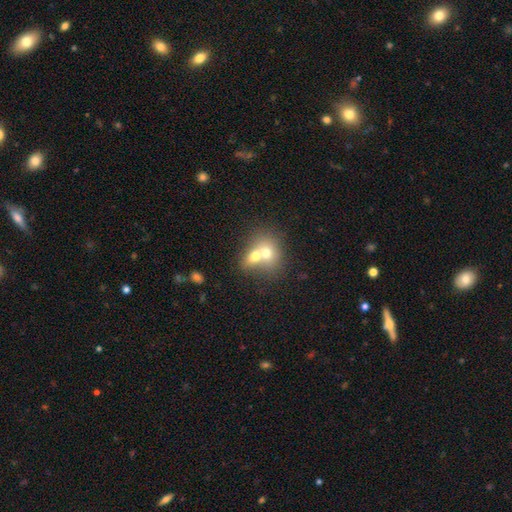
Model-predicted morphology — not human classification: Q: Smooth or featured?
A: smooth (62%); runner-up: featured or disk (25%)
Q: How rounded?
A: round (60%); runner-up: in between (39%)
Q: Merging?
A: merger (68%); runner-up: none (24%)